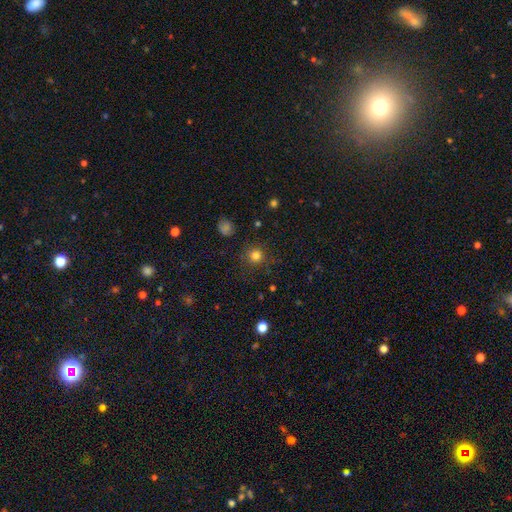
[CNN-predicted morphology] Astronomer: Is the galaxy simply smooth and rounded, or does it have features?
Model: smooth — 80%.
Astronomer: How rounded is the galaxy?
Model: round — 93%.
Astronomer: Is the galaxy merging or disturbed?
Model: none — 85%.